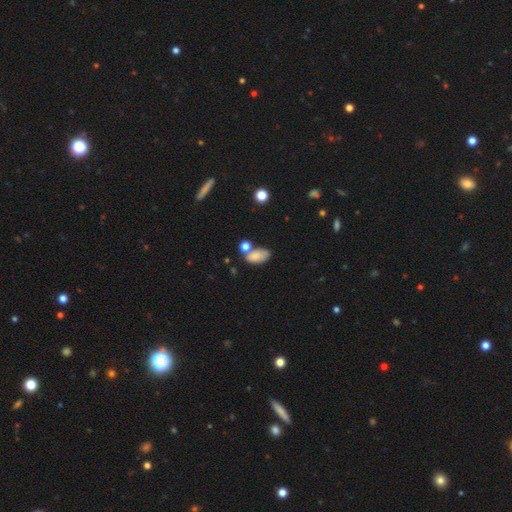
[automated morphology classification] Smooth or featured: smooth — 78% (featured or disk — 12%)
How rounded: in between — 90% (round — 7%)
Merging: none — 47% (merger — 25%)